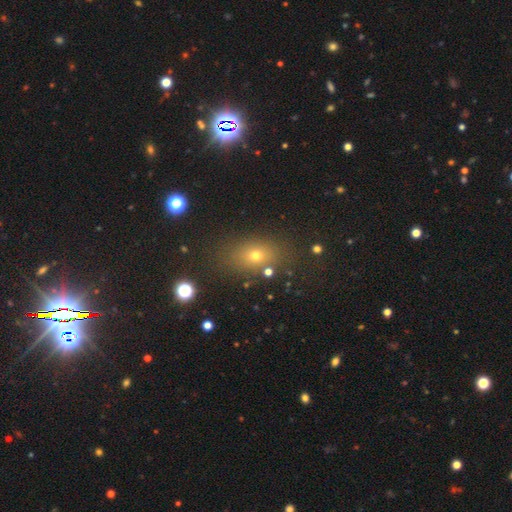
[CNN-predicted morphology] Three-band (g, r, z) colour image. It shows a smooth galaxy with no disk features (65%) that is in between round and cigar-shaped (69%). Merging: none (81%).